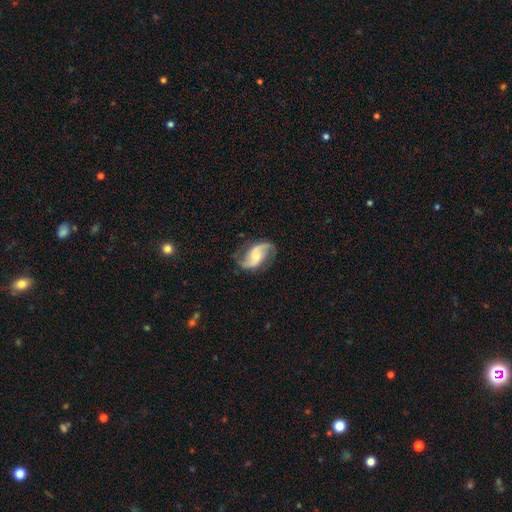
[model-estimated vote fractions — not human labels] Smooth or featured? Predicted: featured or disk (p=0.85). Edge-on disk? Predicted: no (p=0.97). Bar? Predicted: no (p=0.46). Spiral arms? Predicted: yes (p=0.97). Spiral winding? Predicted: loose (p=0.55). Spiral arm count? Predicted: 2 (p=0.92). Bulge size? Predicted: moderate (p=0.42). Merging? Predicted: none (p=0.76).